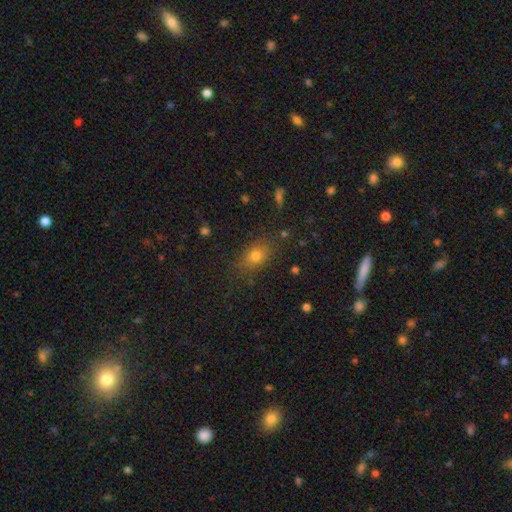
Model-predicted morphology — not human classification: This appears to be a smooth galaxy with no disk features (72%) that is in between round and cigar-shaped (69%). Merging: none (80%).